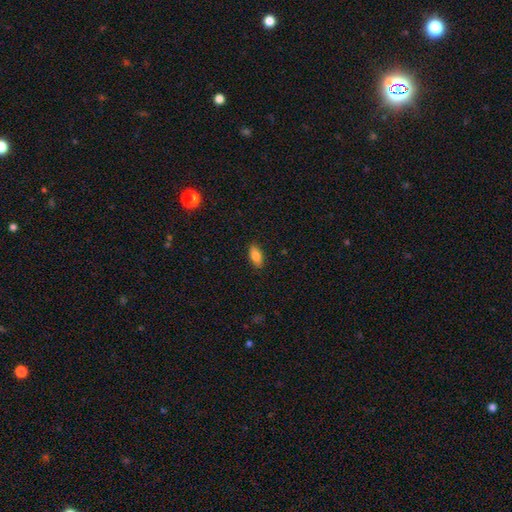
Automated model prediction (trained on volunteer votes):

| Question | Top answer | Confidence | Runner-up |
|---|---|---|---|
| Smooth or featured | smooth | 82% | featured or disk (11%) |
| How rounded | in between | 87% | cigar-shaped (10%) |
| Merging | none | 89% | minor disturbance (8%) |